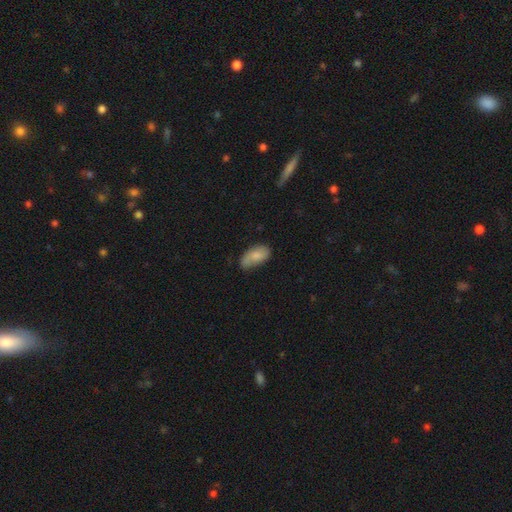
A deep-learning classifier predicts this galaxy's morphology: This is likely a smooth galaxy (79%). How rounded: clearly in between (93%). Merging: possibly none (51%).